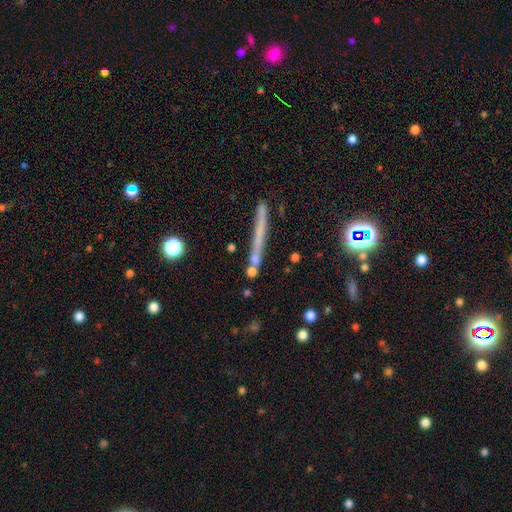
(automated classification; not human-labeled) Q: Smooth or featured?
A: smooth (53%); runner-up: featured or disk (33%)
Q: How rounded?
A: cigar-shaped (72%); runner-up: round (19%)
Q: Merging?
A: none (65%); runner-up: merger (17%)